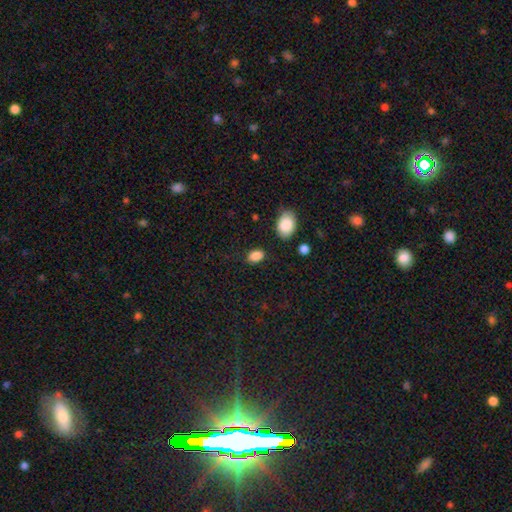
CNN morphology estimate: Smooth or featured? smooth (87%)
How rounded? in between (83%)
Merging? none (78%)